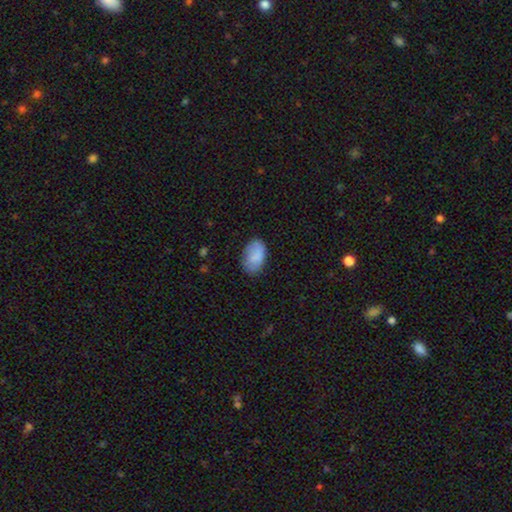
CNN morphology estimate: smooth_or_featured: smooth (p=0.85) [alt: featured or disk p=0.08]
how_rounded: in between (p=0.92) [alt: round p=0.07]
merging: none (p=0.75) [alt: minor disturbance p=0.19]